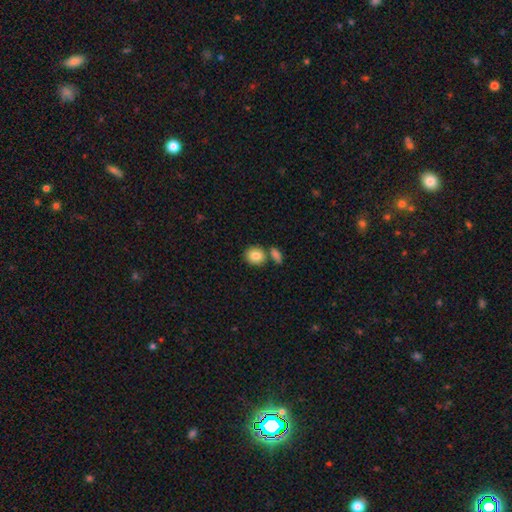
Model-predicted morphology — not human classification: The model was most divided on "merging": none: 63%, merger: 23%, minor disturbance: 11%, major disturbance: 3%. More confident: smooth or featured — smooth (85%); how rounded — round (74%).